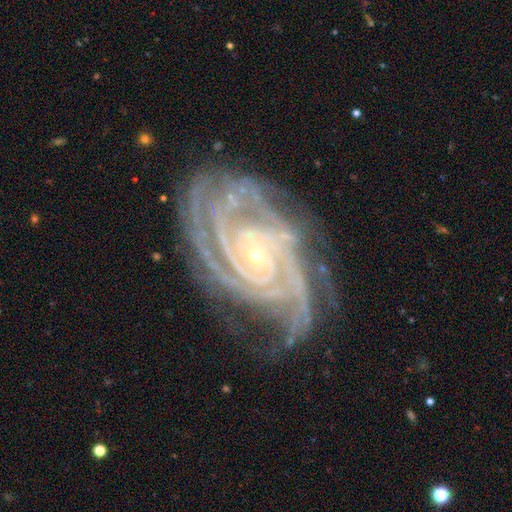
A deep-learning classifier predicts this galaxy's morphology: The model was most divided on "spiral arm count": 4: 28%, 3: 23%, 2: 15%, more than 4: 14%, can't tell: 12%, 1: 8%. More confident: spiral arms — yes (99%); edge-on disk — no (97%); smooth or featured — featured or disk (93%); bulge size — small (83%); spiral winding — tight (76%); bar — no (67%); merging — none (67%).